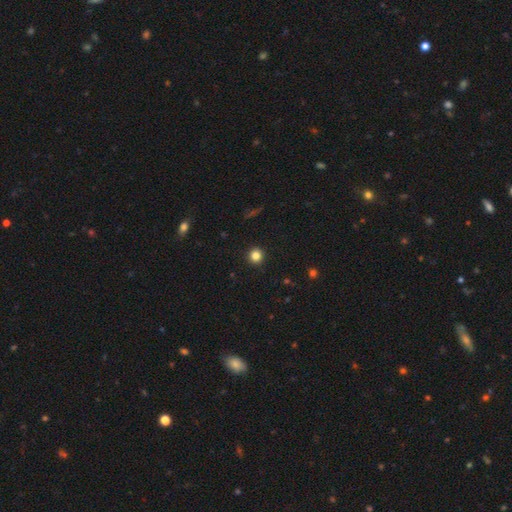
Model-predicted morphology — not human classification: This is clearly a smooth galaxy (83%). How rounded: clearly round (95%). Merging: clearly none (93%).